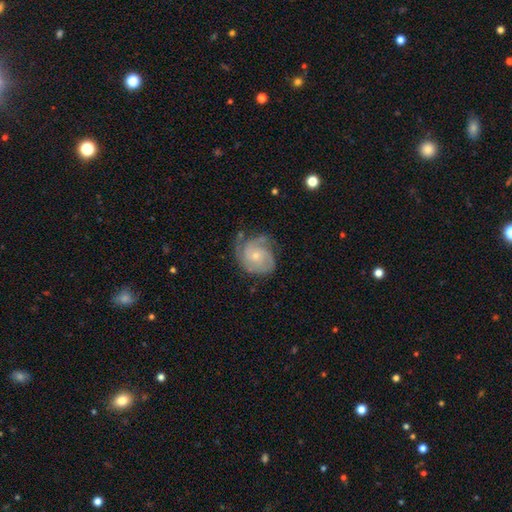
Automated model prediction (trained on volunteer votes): smooth_or_featured: featured or disk (p=0.78) [alt: smooth p=0.16]
disk_edge_on: no (p=0.98) [alt: yes p=0.02]
bar: no (p=0.75) [alt: weak p=0.22]
has_spiral_arms: yes (p=0.94) [alt: no p=0.06]
spiral_winding: tight (p=0.54) [alt: medium p=0.36]
spiral_arm_count: 3 (p=0.33) [alt: 2 p=0.31]
bulge_size: small (p=0.68) [alt: moderate p=0.28]
merging: none (p=0.59) [alt: minor disturbance p=0.26]